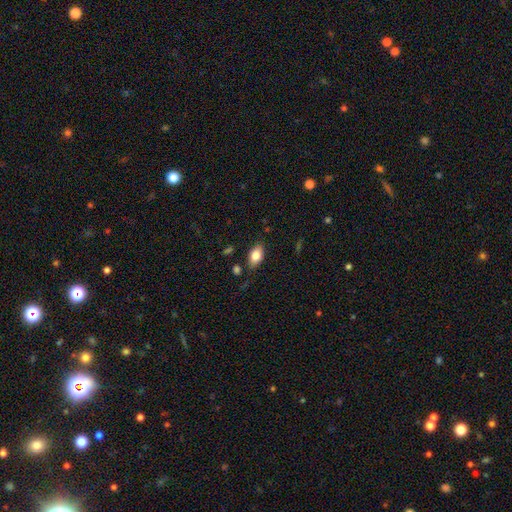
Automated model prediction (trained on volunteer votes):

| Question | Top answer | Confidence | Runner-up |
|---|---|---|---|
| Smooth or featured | smooth | 81% | featured or disk (11%) |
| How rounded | in between | 91% | round (7%) |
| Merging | none | 80% | minor disturbance (14%) |